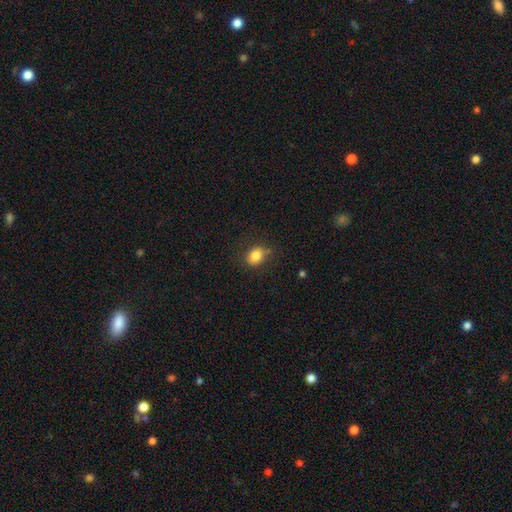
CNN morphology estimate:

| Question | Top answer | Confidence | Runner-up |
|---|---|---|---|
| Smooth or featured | smooth | 83% | star or artifact (10%) |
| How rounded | in between | 52% | round (47%) |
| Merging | none | 75% | minor disturbance (17%) |